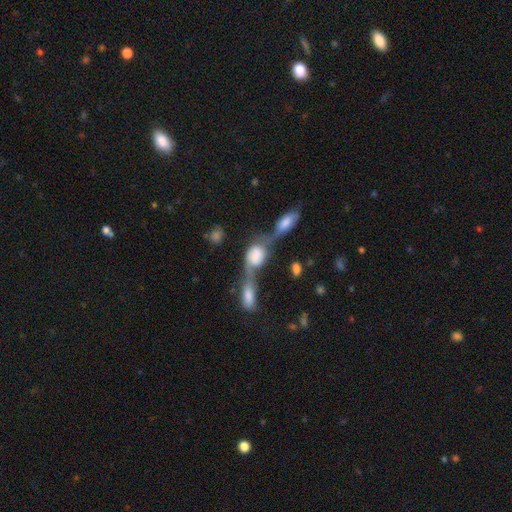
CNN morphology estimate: A smooth galaxy with no disk features (59%) that is in between round and cigar-shaped (68%).

Vote fractions:
- Smooth or featured? smooth: 59% / featured or disk: 31% / star or artifact: 10%
- How rounded? in between: 68% / round: 26% / cigar-shaped: 7%
- Merging? merger: 77% / none: 9% / major disturbance: 8% / minor disturbance: 5%